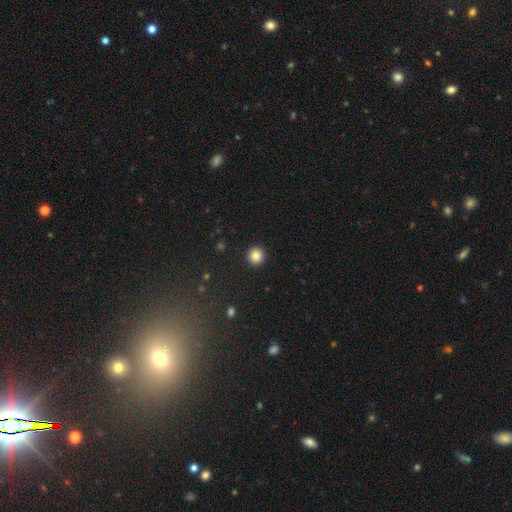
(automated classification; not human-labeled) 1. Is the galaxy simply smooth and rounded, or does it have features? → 84% smooth, 11% star or artifact, 5% featured or disk.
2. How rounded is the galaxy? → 93% round, 6% in between, 1% cigar-shaped.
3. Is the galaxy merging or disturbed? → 93% none, 4% minor disturbance, 2% major disturbance, 1% merger.